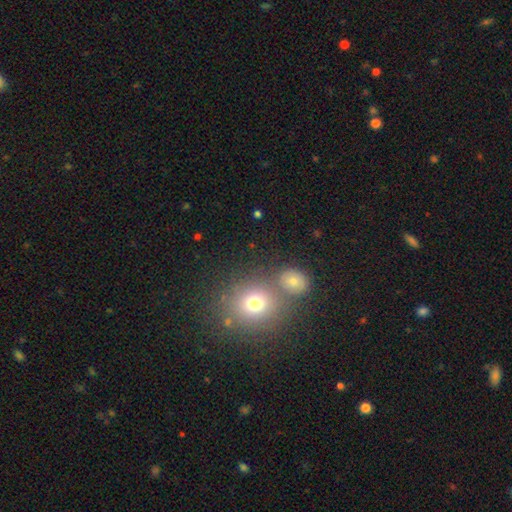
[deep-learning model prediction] Morphology: type=smooth (61%); roundness=round (79%); merging=none (52%).